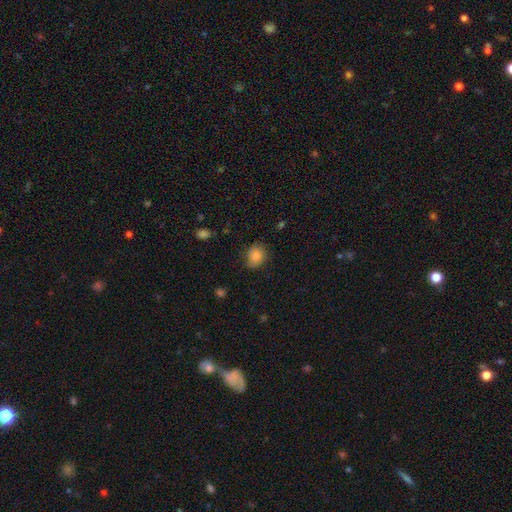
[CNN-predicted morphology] type=smooth (84%); roundness=round (63%); merging=none (77%).